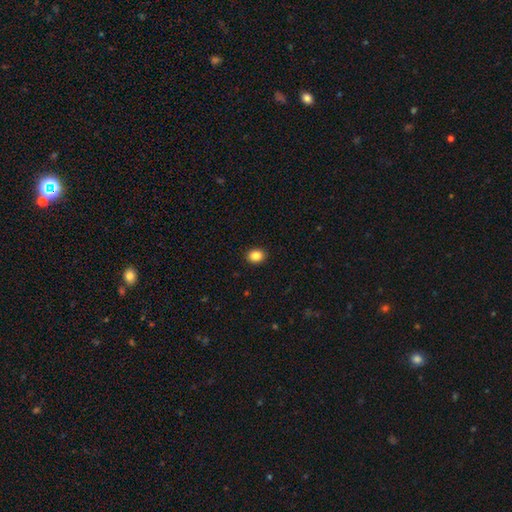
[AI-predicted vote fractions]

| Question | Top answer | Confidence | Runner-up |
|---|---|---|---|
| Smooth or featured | smooth | 86% | star or artifact (10%) |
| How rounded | round | 57% | in between (42%) |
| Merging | none | 92% | minor disturbance (6%) |